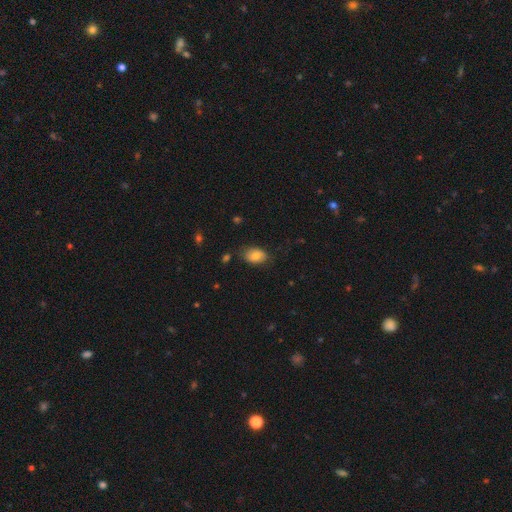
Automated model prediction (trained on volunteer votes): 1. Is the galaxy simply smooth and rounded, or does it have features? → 78% smooth, 14% featured or disk, 9% star or artifact.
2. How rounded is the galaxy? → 84% in between, 14% round, 1% cigar-shaped.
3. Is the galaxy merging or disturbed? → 75% none, 19% minor disturbance, 4% major disturbance, 2% merger.